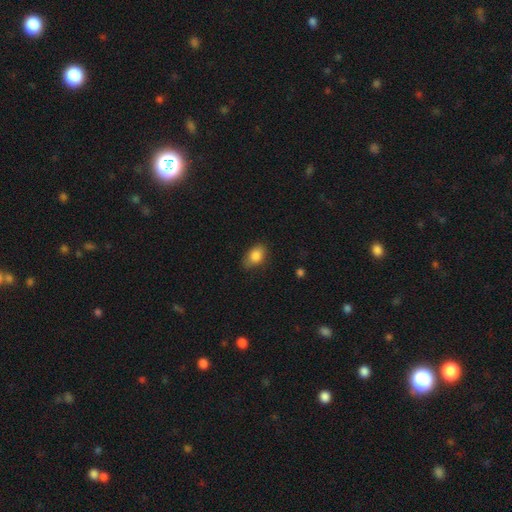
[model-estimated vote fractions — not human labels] smooth 85%, star or artifact 8%, featured or disk 7%. Down the decision tree: how rounded — in between (83%); merging — none (74%).